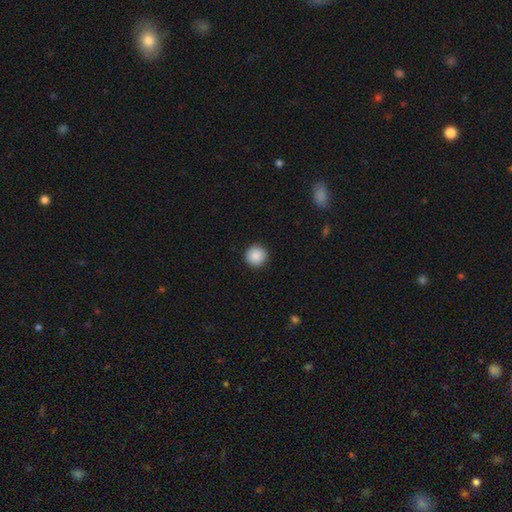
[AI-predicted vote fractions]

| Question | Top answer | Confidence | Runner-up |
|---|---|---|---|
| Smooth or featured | smooth | 89% | star or artifact (8%) |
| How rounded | round | 96% | in between (3%) |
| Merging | none | 93% | minor disturbance (4%) |